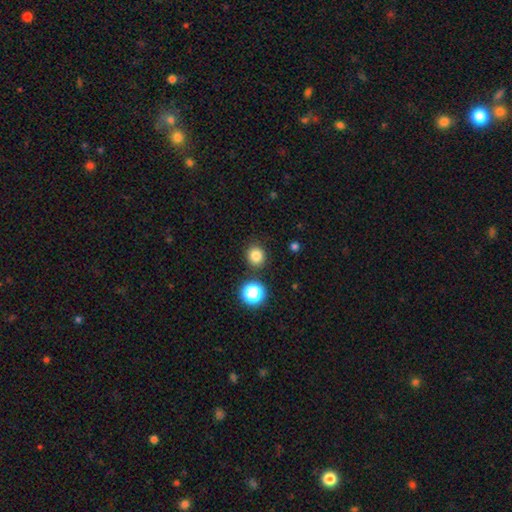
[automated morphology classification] This appears to be a smooth galaxy with no disk features (81%) that is round (89%). Merging: none (87%).